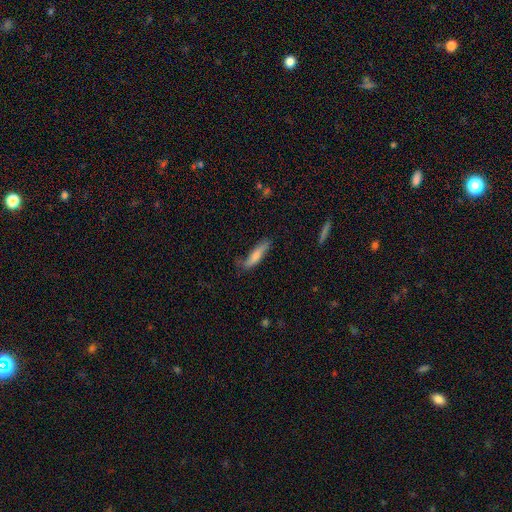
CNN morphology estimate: Smooth or featured? smooth (69%)
How rounded? cigar-shaped (77%)
Merging? none (62%)